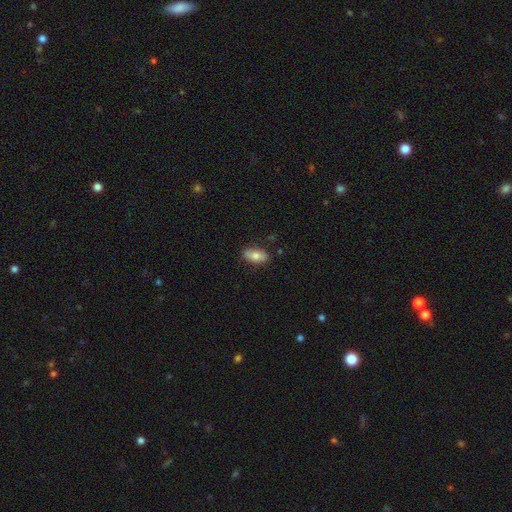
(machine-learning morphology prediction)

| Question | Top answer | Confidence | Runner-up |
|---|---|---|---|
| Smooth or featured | smooth | 74% | featured or disk (19%) |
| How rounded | in between | 91% | round (5%) |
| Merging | none | 84% | minor disturbance (13%) |